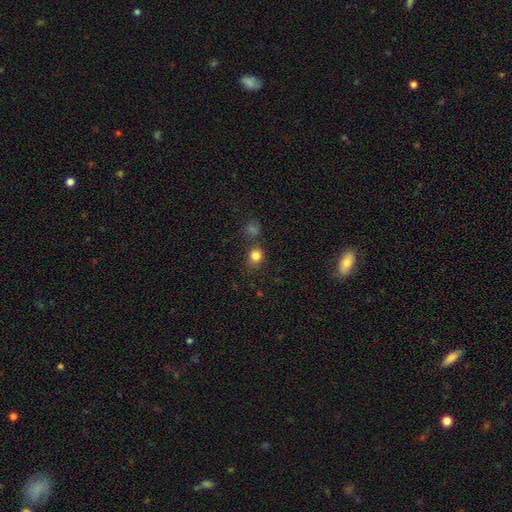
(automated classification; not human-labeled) Smooth or featured?
  - smooth: 82% *
  - star or artifact: 13%
  - featured or disk: 5%
How rounded?
  - round: 79% *
  - in between: 20%
  - cigar-shaped: 1%
Merging?
  - none: 72% *
  - minor disturbance: 12%
  - merger: 11%
  - major disturbance: 4%